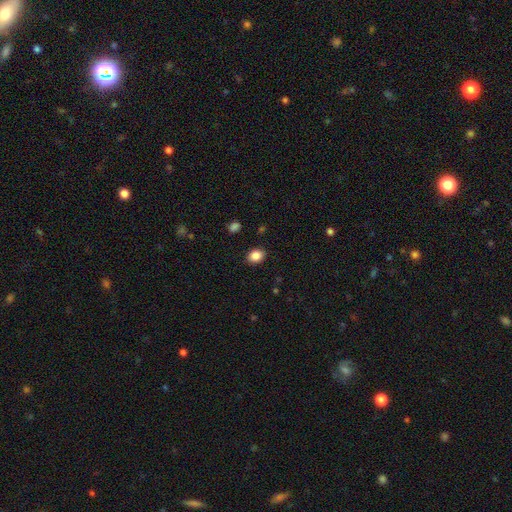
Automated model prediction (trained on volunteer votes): Smooth or featured: smooth — 87% (star or artifact — 9%)
How rounded: in between — 62% (round — 37%)
Merging: none — 89% (minor disturbance — 8%)